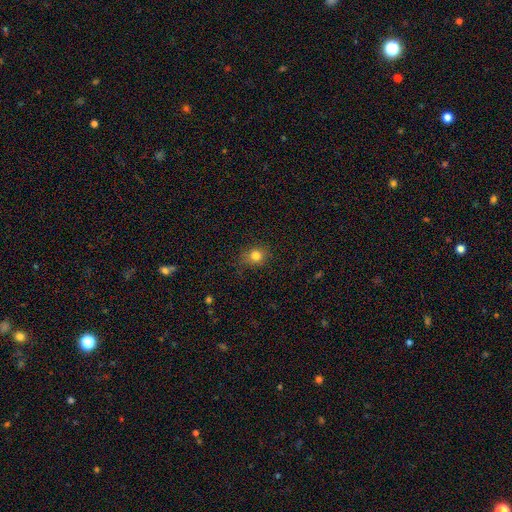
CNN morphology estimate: Overall: smooth (79%). How rounded: round (74%). Merging: none (77%).